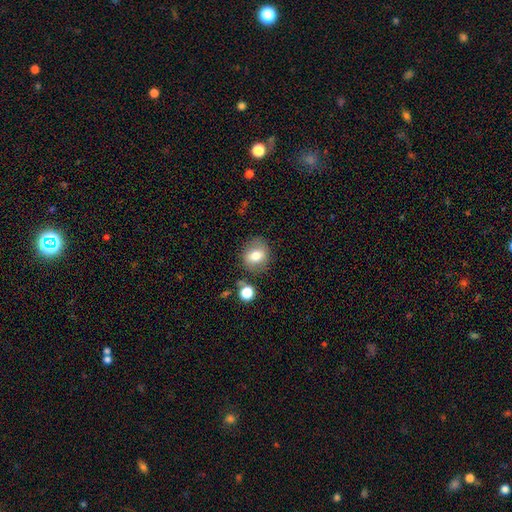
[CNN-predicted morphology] The model was most divided on "how rounded": round: 70%, in between: 29%, cigar-shaped: 1%. More confident: merging — none (78%); smooth or featured — smooth (70%).